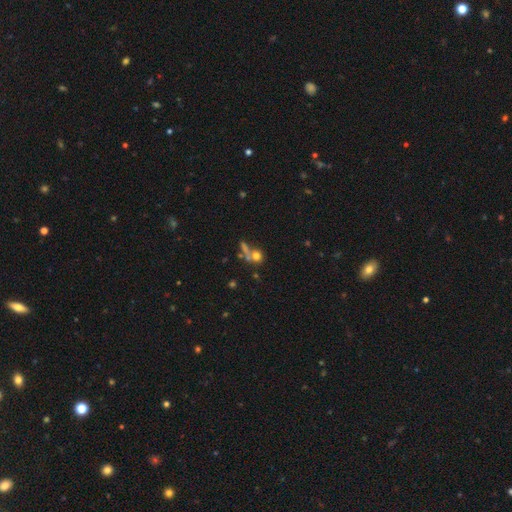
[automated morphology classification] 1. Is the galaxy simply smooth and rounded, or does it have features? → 68% smooth, 16% featured or disk, 16% star or artifact.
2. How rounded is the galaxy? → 78% round, 17% in between, 5% cigar-shaped.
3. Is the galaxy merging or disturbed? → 48% none, 32% merger, 10% minor disturbance, 10% major disturbance.